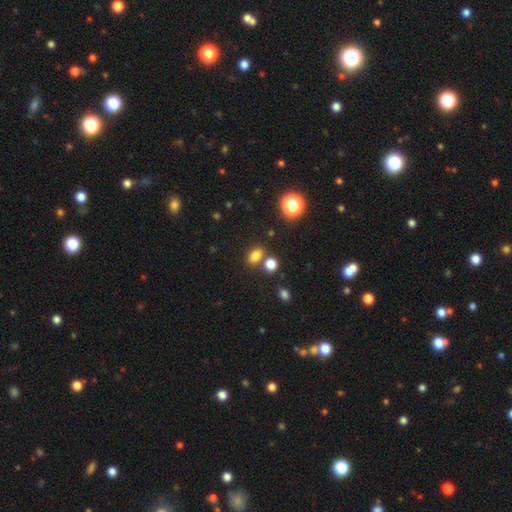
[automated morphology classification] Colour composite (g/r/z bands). It shows a smooth galaxy with no disk features (78%) that is in between round and cigar-shaped (73%). Merging: none (69%).